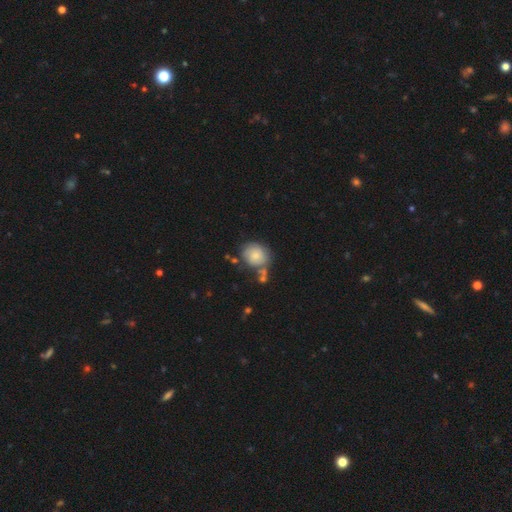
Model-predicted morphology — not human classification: Smooth or featured: smooth — 73% (featured or disk — 20%)
How rounded: round — 71% (in between — 28%)
Merging: none — 57% (minor disturbance — 22%)